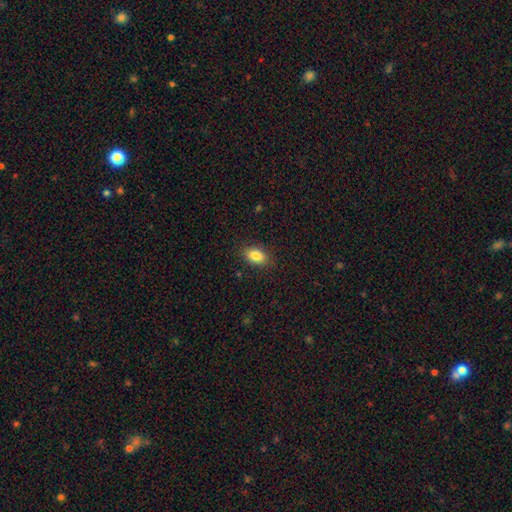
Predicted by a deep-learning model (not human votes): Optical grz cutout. It shows a smooth galaxy with no disk features (85%) that is in between round and cigar-shaped (89%). Merging: none (88%).